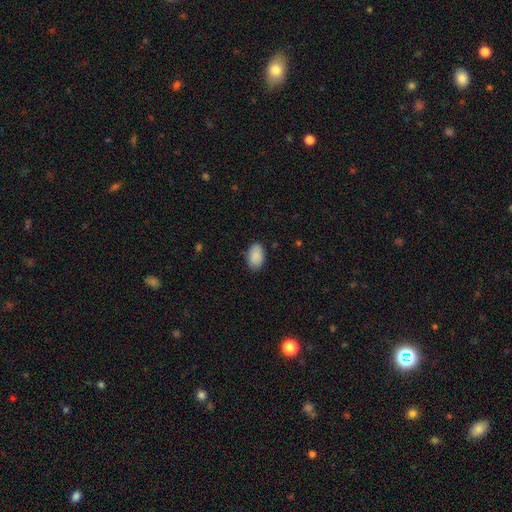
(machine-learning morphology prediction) smooth_or_featured: smooth (p=0.90) [alt: star or artifact p=0.06]
how_rounded: in between (p=0.90) [alt: round p=0.09]
merging: none (p=0.83) [alt: minor disturbance p=0.13]